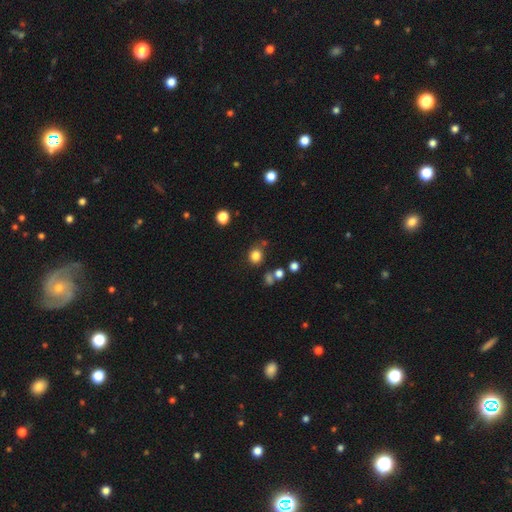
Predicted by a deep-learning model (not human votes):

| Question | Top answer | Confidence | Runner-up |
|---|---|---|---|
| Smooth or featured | smooth | 81% | star or artifact (14%) |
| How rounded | round | 81% | in between (18%) |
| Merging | none | 77% | minor disturbance (11%) |